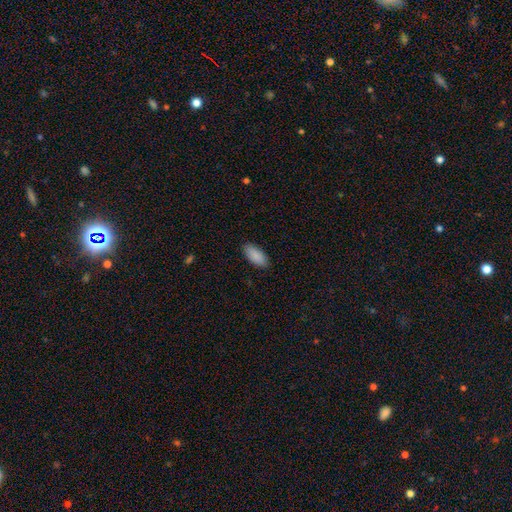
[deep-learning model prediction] A smooth galaxy with no disk features (90%) that is in between round and cigar-shaped (89%). Merging: none (87%).